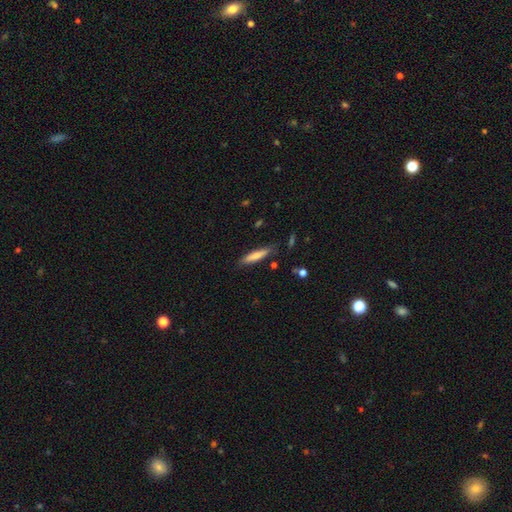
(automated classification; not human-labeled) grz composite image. It shows a smooth galaxy with no disk features (73%) that is cigar-shaped (86%). Merging: none (82%).